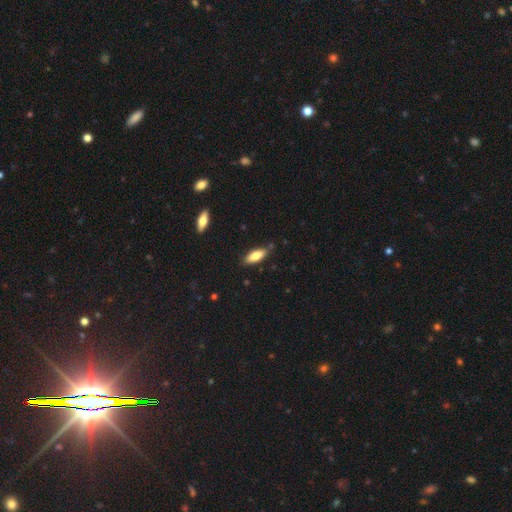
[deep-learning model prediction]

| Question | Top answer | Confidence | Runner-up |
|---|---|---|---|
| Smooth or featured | smooth | 77% | featured or disk (16%) |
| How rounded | in between | 66% | cigar-shaped (32%) |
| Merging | none | 82% | minor disturbance (14%) |